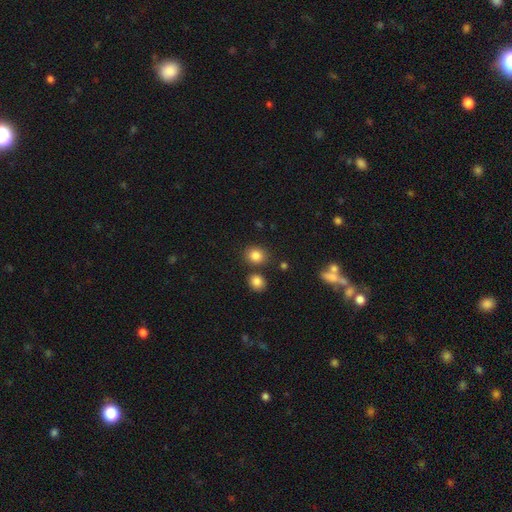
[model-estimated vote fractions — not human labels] This is clearly a smooth galaxy (84%). How rounded: likely round (71%). Merging: likely none (78%).